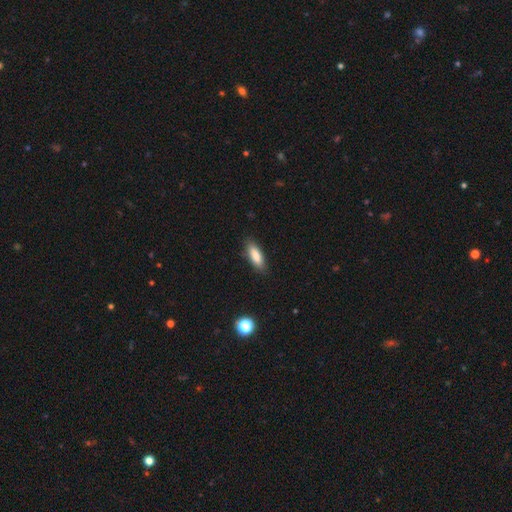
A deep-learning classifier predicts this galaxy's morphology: The model was most divided on "how rounded": in between: 65%, cigar-shaped: 34%, round: 2%. More confident: merging — none (85%); smooth or featured — smooth (84%).